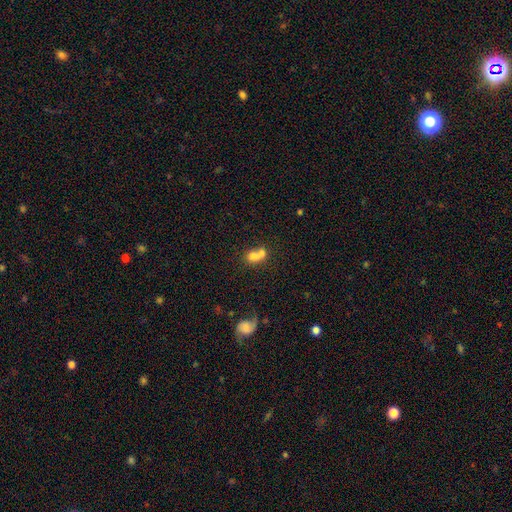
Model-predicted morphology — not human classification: Overall: smooth (70%). How rounded: in between (52%; round 46%). Merging: merger (63%).